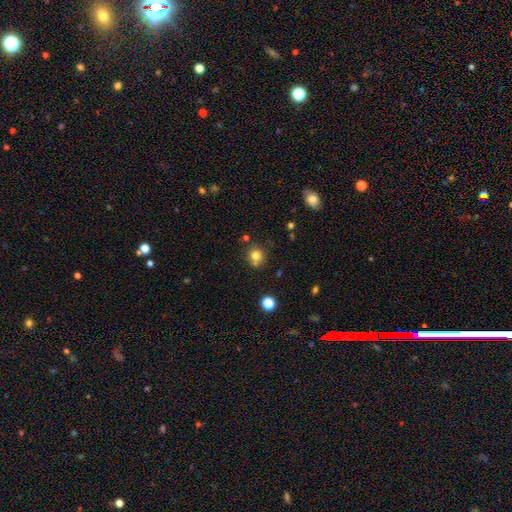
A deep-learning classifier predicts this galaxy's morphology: type=smooth (78%); roundness=round (89%); merging=none (72%).